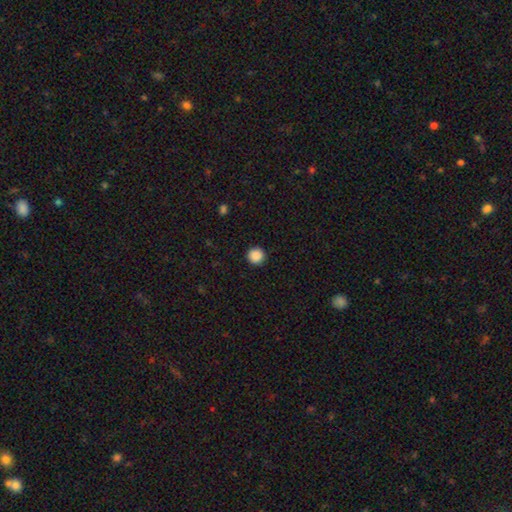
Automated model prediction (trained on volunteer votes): smooth-or-featured: smooth: 88% | star or artifact: 9% | featured or disk: 2%
  how-rounded: round: 96% | in between: 3% | cigar-shaped: 1%
  merging: none: 93% | minor disturbance: 5% | major disturbance: 2% | merger: 1%